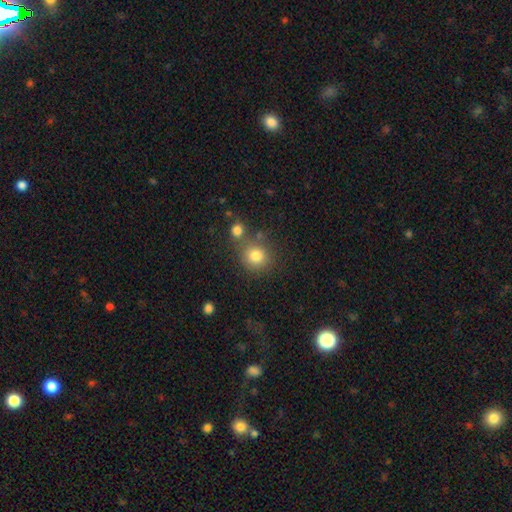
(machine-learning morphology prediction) The model was most divided on "merging": none: 67%, merger: 19%, minor disturbance: 10%, major disturbance: 4%. More confident: how rounded — round (89%); smooth or featured — smooth (81%).